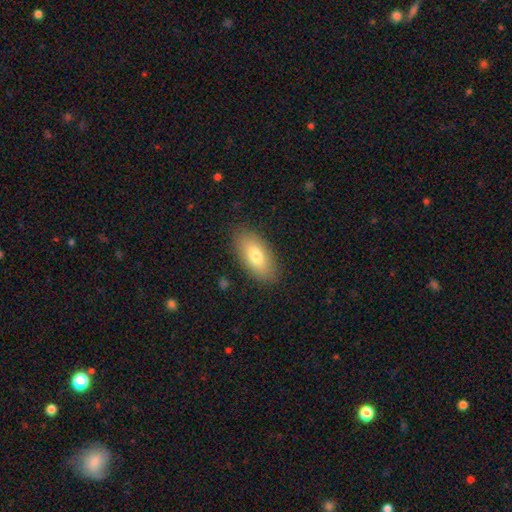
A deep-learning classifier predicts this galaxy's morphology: Smooth or featured? smooth (76%)
How rounded? in between (89%)
Merging? none (87%)